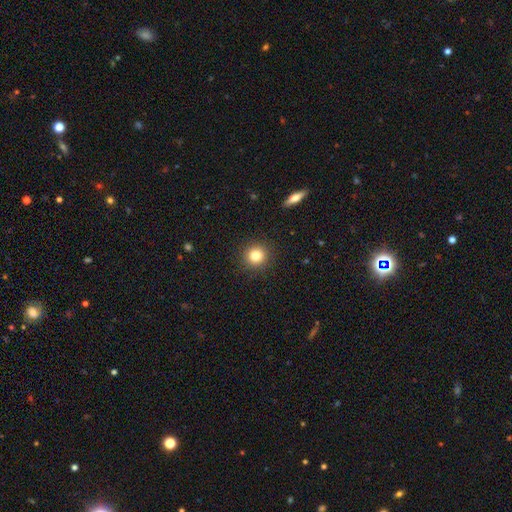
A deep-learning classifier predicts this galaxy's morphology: Overall: smooth (82%). How rounded: round (93%). Merging: none (91%).